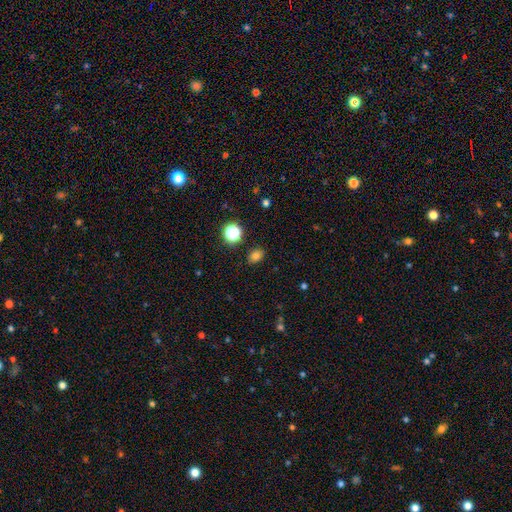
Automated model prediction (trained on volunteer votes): This is likely a smooth galaxy (77%). How rounded: likely in between (66%). Merging: clearly none (86%).